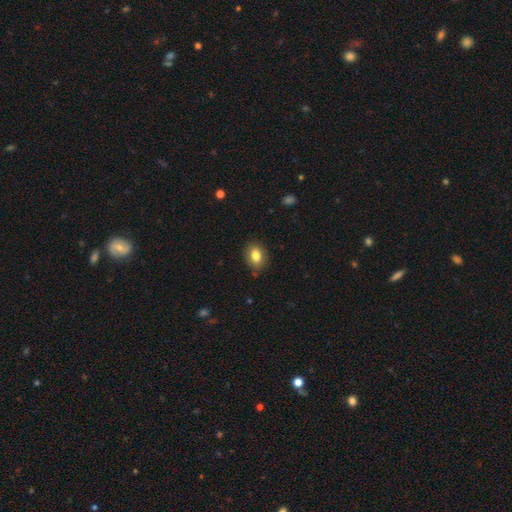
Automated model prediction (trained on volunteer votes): This appears to be a smooth galaxy with no disk features (83%) that is in between round and cigar-shaped (73%). Merging: none (85%).